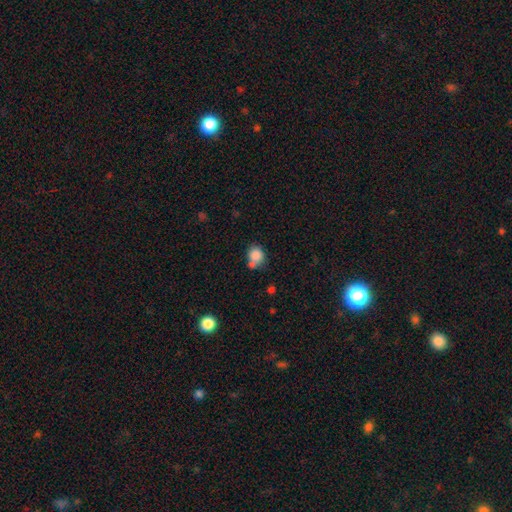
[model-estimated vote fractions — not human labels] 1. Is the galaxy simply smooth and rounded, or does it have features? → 84% smooth, 10% star or artifact, 7% featured or disk.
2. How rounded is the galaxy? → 76% round, 23% in between, 1% cigar-shaped.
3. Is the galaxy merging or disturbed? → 52% none, 27% merger, 16% minor disturbance, 5% major disturbance.